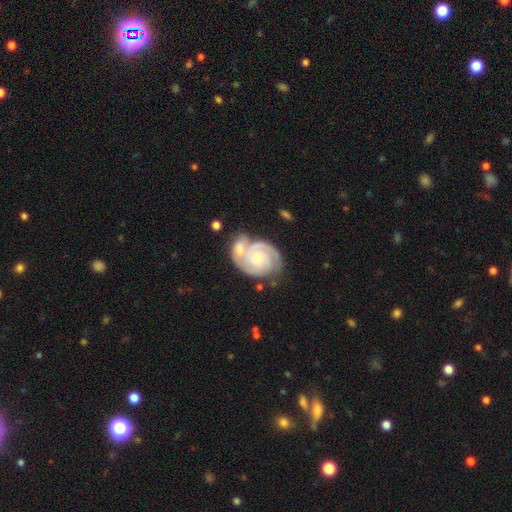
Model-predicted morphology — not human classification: smooth_or_featured: featured or disk (p=0.86) [alt: smooth p=0.10]
disk_edge_on: no (p=0.98) [alt: yes p=0.02]
bar: no (p=0.72) [alt: weak p=0.23]
has_spiral_arms: yes (p=0.97) [alt: no p=0.03]
spiral_winding: tight (p=0.69) [alt: medium p=0.26]
spiral_arm_count: 2 (p=0.61) [alt: 3 p=0.16]
bulge_size: small (p=0.55) [alt: moderate p=0.38]
merging: none (p=0.43) [alt: merger p=0.33]